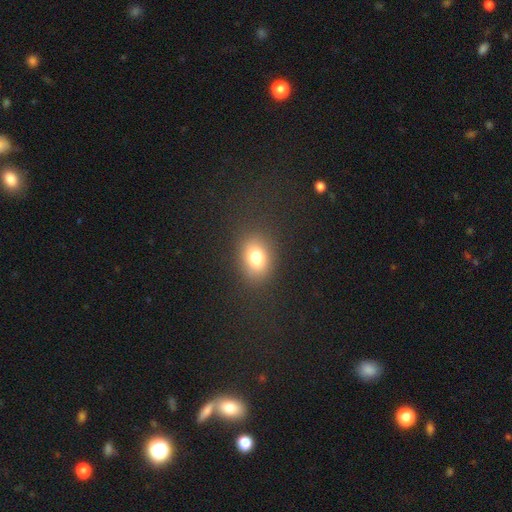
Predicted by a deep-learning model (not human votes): Morphology: type=smooth (77%); roundness=in between (68%); merging=none (83%).